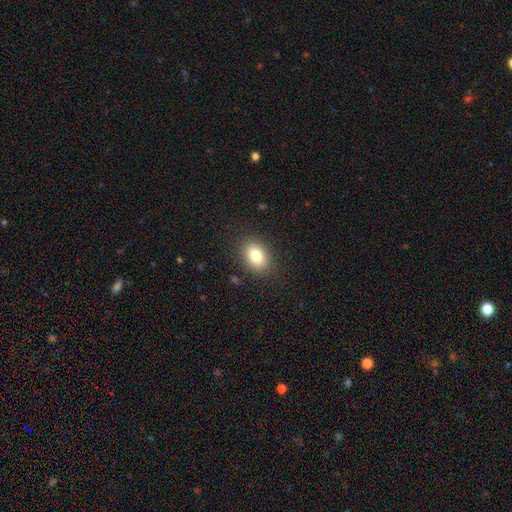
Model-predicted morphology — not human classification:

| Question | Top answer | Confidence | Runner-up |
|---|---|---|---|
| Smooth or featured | smooth | 81% | featured or disk (9%) |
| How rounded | in between | 77% | round (22%) |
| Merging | none | 87% | minor disturbance (9%) |